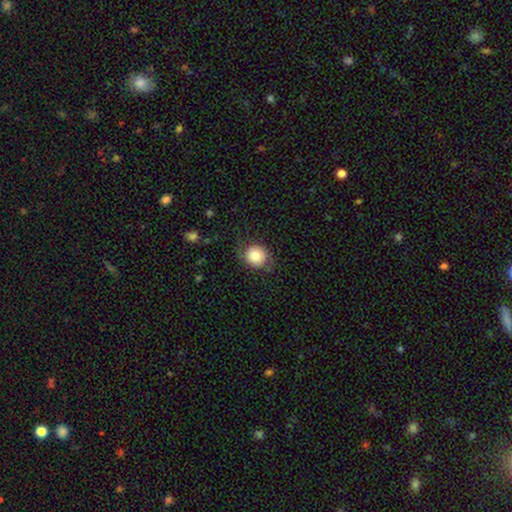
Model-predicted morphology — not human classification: Smooth or featured: smooth — 76% (featured or disk — 16%)
How rounded: round — 80% (in between — 19%)
Merging: none — 72% (minor disturbance — 18%)